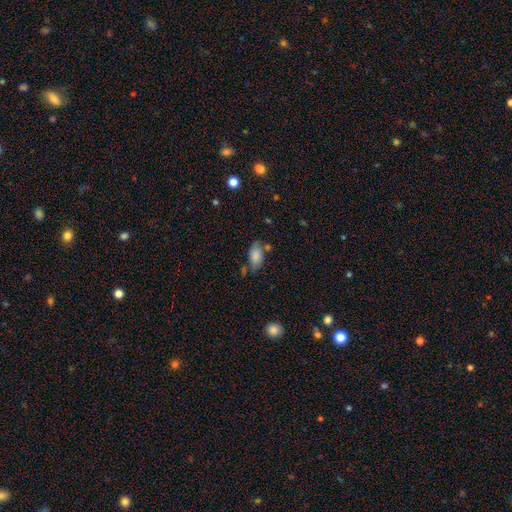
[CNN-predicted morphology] Smooth or featured?
  - smooth: 78% *
  - featured or disk: 13%
  - star or artifact: 8%
How rounded?
  - in between: 91% *
  - cigar-shaped: 5%
  - round: 4%
Merging?
  - none: 55% *
  - minor disturbance: 25%
  - merger: 12%
  - major disturbance: 8%